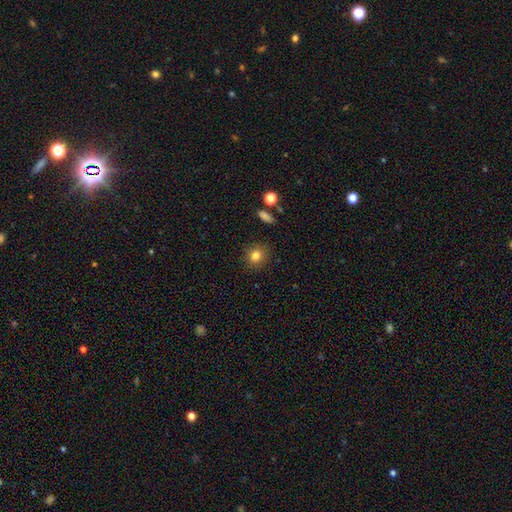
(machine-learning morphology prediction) smooth_or_featured: smooth (p=0.81) [alt: star or artifact p=0.11]
how_rounded: round (p=0.84) [alt: in between p=0.15]
merging: none (p=0.87) [alt: minor disturbance p=0.08]